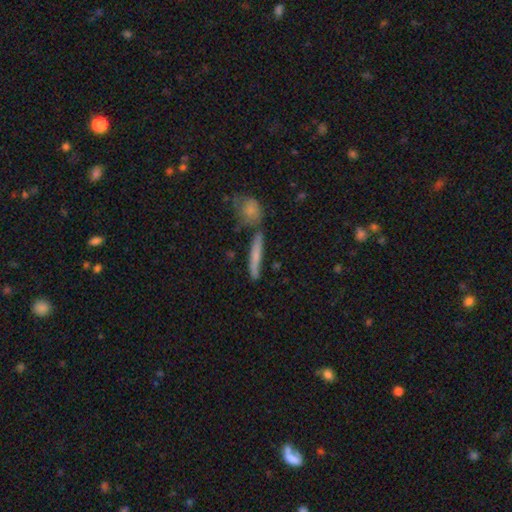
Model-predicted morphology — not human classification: smooth 60%, featured or disk 32%, star or artifact 8%. Down the decision tree: how rounded — cigar-shaped (90%); merging — none (72%).